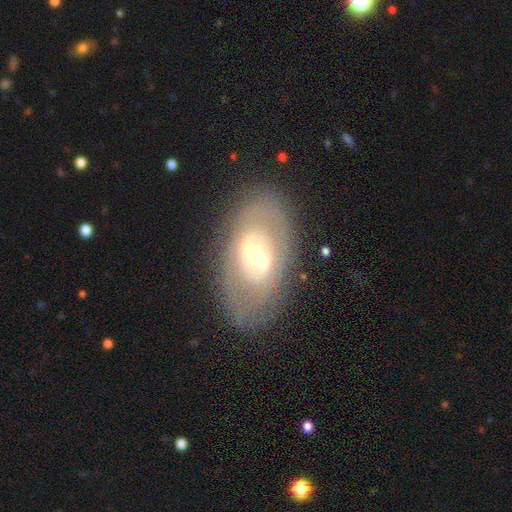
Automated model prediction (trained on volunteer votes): Overall: featured or disk (66%; smooth 27%). Edge-on disk: no (91%). Bar: weak (41%; no 33%). Spiral arms: no (59%; yes 41%). Bulge size: moderate (57%; small 30%). Merging: none (79%).